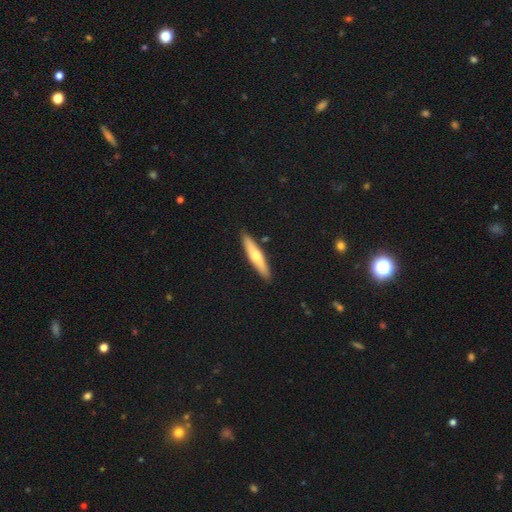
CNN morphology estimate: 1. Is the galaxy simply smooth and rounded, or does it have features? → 53% smooth, 41% featured or disk, 5% star or artifact.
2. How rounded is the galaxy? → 87% cigar-shaped, 11% in between, 1% round.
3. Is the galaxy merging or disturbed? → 89% none, 8% minor disturbance, 2% merger, 2% major disturbance.